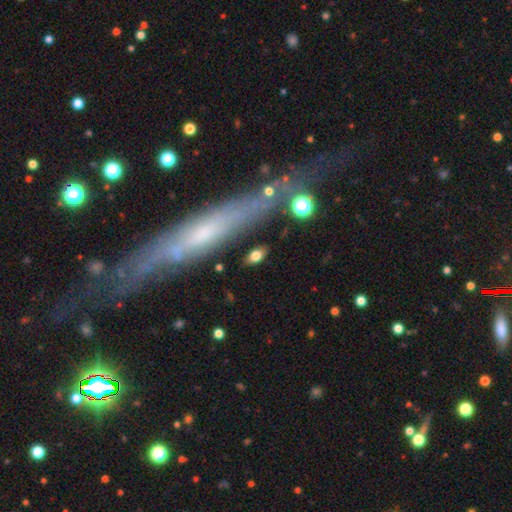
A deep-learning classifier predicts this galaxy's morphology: smooth_or_featured: smooth (p=0.76) [alt: featured or disk p=0.15]
how_rounded: in between (p=0.83) [alt: cigar-shaped p=0.09]
merging: none (p=0.82) [alt: minor disturbance p=0.11]